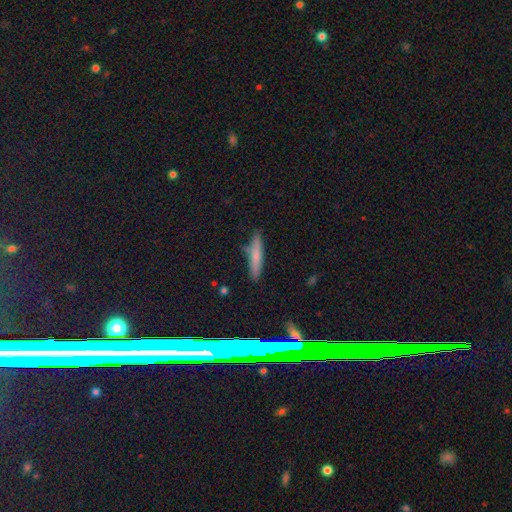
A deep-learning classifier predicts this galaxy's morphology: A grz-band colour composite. It shows a smooth galaxy with no disk features (66%) that is cigar-shaped (88%). Merging: none (83%).